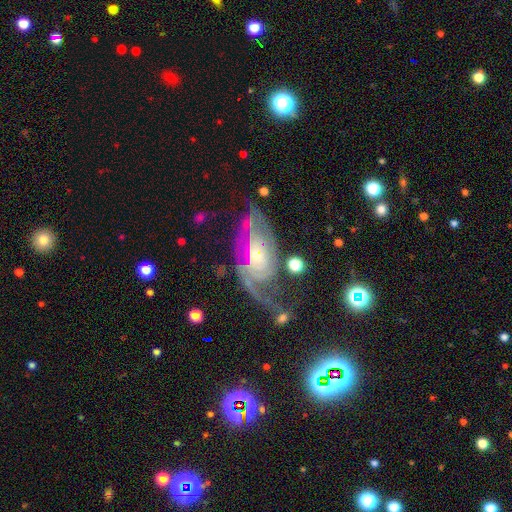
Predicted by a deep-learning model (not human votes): A featured or disk galaxy (85%) with no bar (60%), 2 (39%) tight (51%) spiral arms (94%) and a small central bulge (57%). Merging: none (48%).